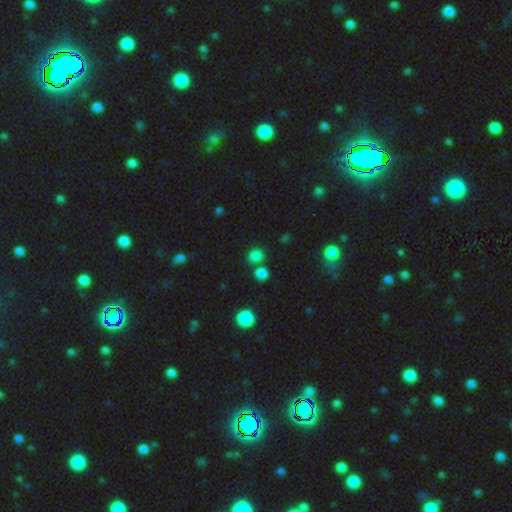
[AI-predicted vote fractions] The model was most divided on "merging": none: 71%, merger: 15%, minor disturbance: 10%, major disturbance: 4%. More confident: how rounded — round (78%); smooth or featured — smooth (76%).